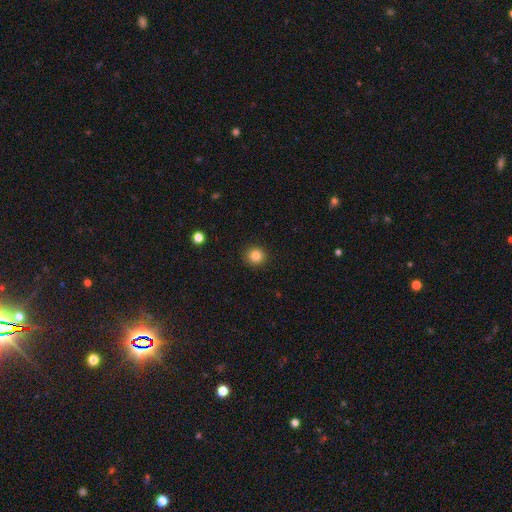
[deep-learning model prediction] A smooth galaxy with no disk features (84%) that is round (93%).

Vote fractions:
- Smooth or featured? smooth: 84% / star or artifact: 12% / featured or disk: 4%
- How rounded? round: 93% / in between: 7% / cigar-shaped: 1%
- Merging? none: 91% / minor disturbance: 6% / major disturbance: 2% / merger: 1%